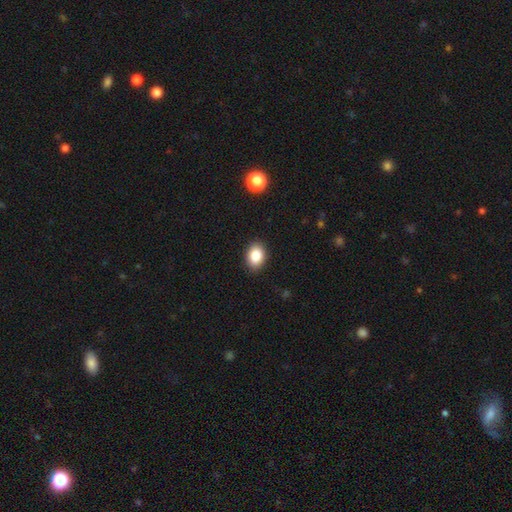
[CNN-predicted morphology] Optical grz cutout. It shows a smooth galaxy with no disk features (87%) that is in between round and cigar-shaped (76%). Merging: none (88%).